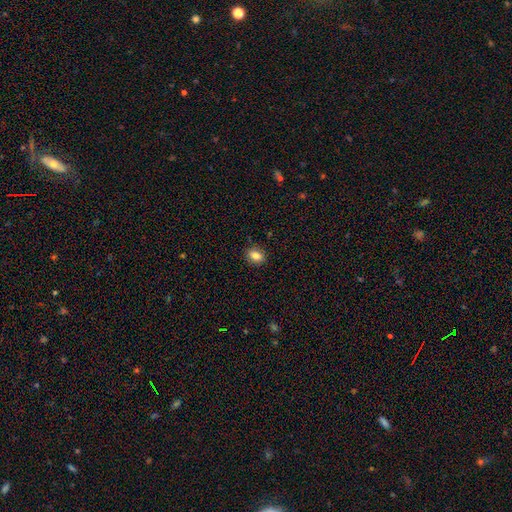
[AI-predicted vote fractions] A smooth galaxy with no disk features (82%) that is in between round and cigar-shaped (58%). Merging: none (88%).